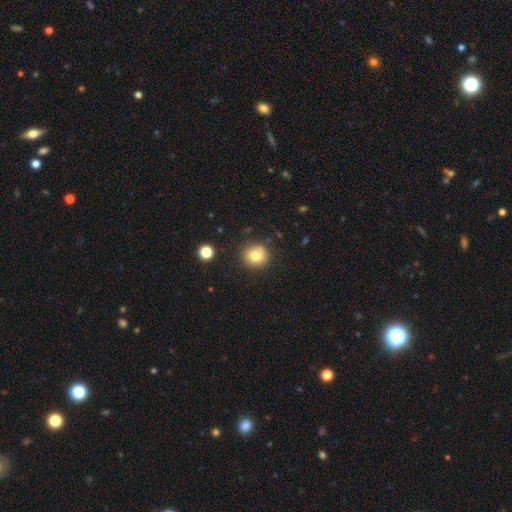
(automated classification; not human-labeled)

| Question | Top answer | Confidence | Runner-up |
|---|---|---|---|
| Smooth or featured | smooth | 79% | star or artifact (11%) |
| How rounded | round | 89% | in between (10%) |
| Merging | none | 84% | minor disturbance (11%) |